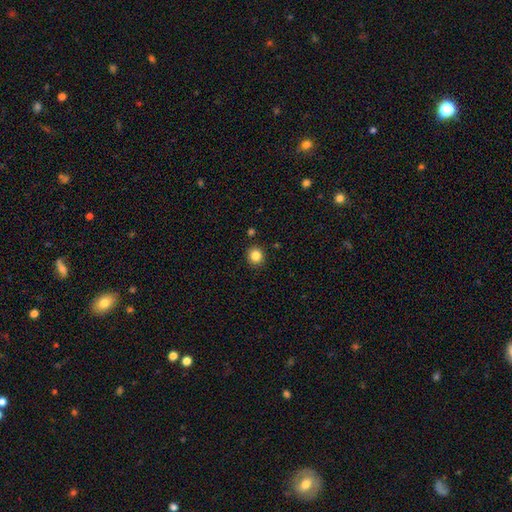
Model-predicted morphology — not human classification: type=smooth (84%); roundness=round (90%); merging=none (90%).